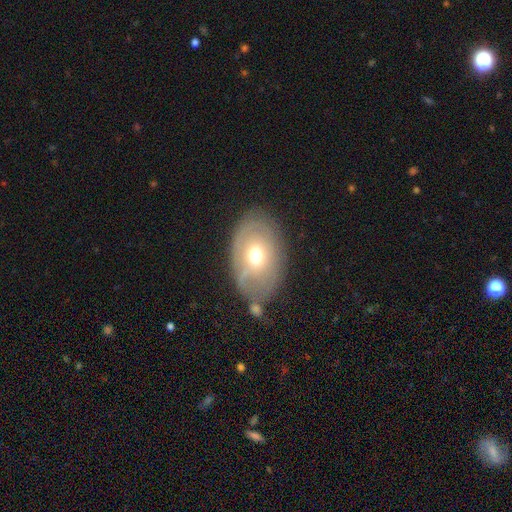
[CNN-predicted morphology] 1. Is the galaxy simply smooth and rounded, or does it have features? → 49% smooth, 42% featured or disk, 9% star or artifact.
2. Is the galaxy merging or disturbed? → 59% none, 20% minor disturbance, 11% major disturbance, 9% merger.